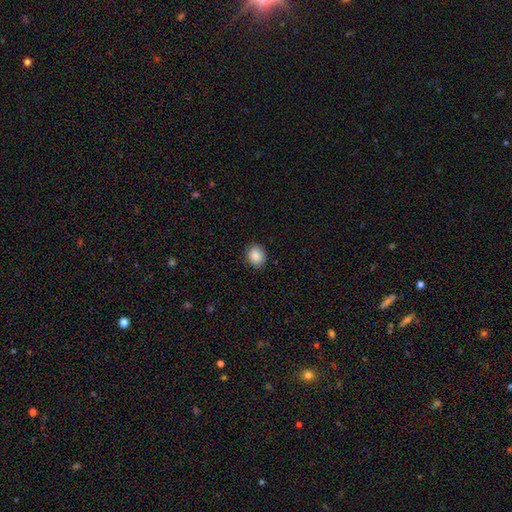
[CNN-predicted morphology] type=smooth (88%); roundness=round (77%); merging=none (89%).